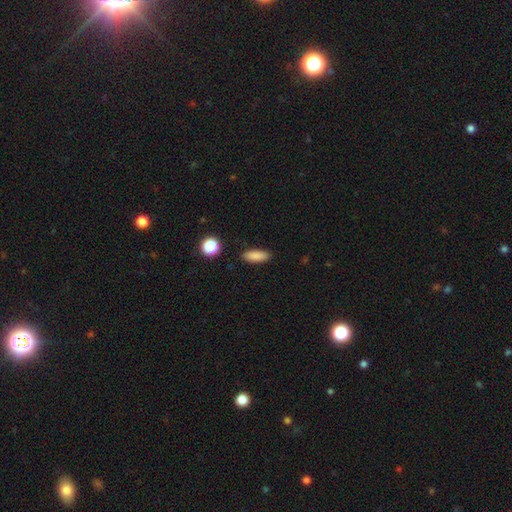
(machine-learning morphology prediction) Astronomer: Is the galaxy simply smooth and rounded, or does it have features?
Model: smooth — 87%.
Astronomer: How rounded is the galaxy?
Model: in between — 65%.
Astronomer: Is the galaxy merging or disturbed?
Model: none — 89%.